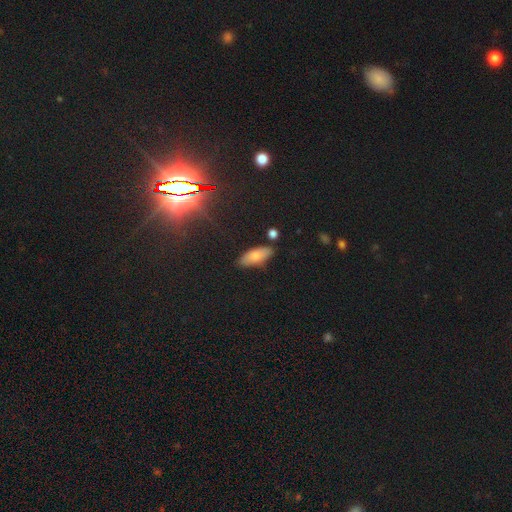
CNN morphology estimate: Smooth or featured? Predicted: smooth (p=0.75). How rounded? Predicted: in between (p=0.78). Merging? Predicted: none (p=0.80).